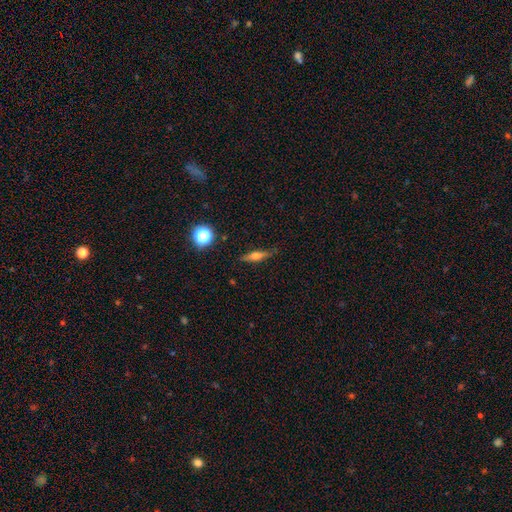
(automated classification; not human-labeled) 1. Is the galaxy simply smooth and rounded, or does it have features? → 52% featured or disk, 39% smooth, 9% star or artifact.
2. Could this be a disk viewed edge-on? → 94% yes, 6% no.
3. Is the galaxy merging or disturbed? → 84% none, 12% minor disturbance, 3% major disturbance, 1% merger.